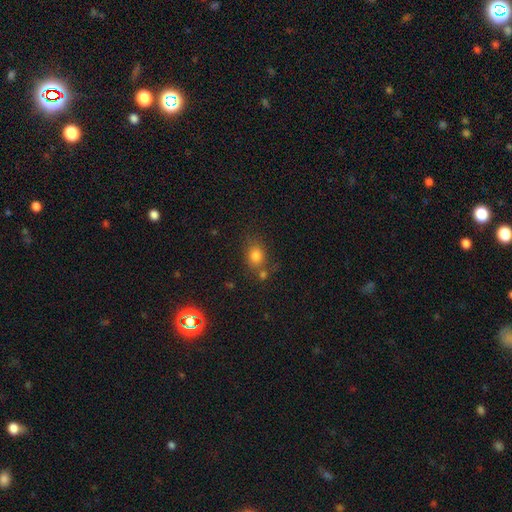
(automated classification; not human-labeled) Q: Smooth or featured?
A: smooth (78%); runner-up: star or artifact (13%)
Q: How rounded?
A: in between (55%); runner-up: round (43%)
Q: Merging?
A: none (61%); runner-up: merger (17%)